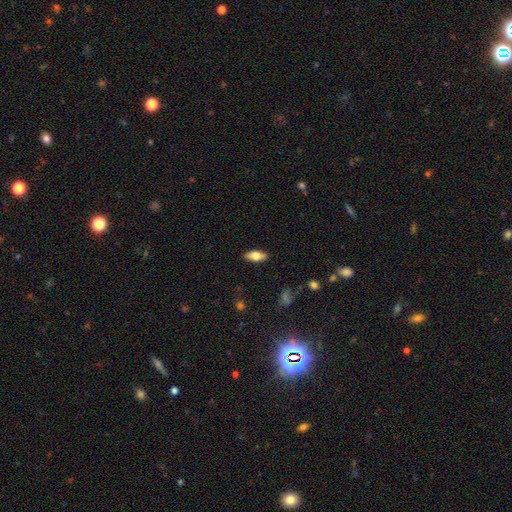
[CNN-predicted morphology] Smooth or featured?
  - smooth: 70% *
  - featured or disk: 23%
  - star or artifact: 7%
How rounded?
  - in between: 82% *
  - cigar-shaped: 16%
  - round: 3%
Merging?
  - none: 88% *
  - minor disturbance: 9%
  - major disturbance: 2%
  - merger: 1%